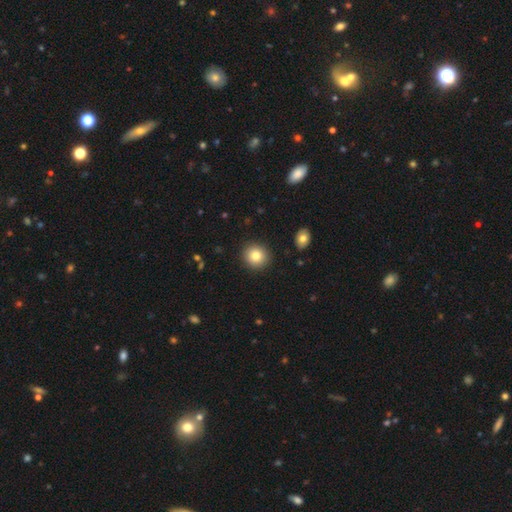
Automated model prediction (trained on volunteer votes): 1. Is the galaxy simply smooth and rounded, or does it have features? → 81% smooth, 10% star or artifact, 9% featured or disk.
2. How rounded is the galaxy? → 90% round, 9% in between, 1% cigar-shaped.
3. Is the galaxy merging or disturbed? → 91% none, 6% minor disturbance, 2% major disturbance, 1% merger.